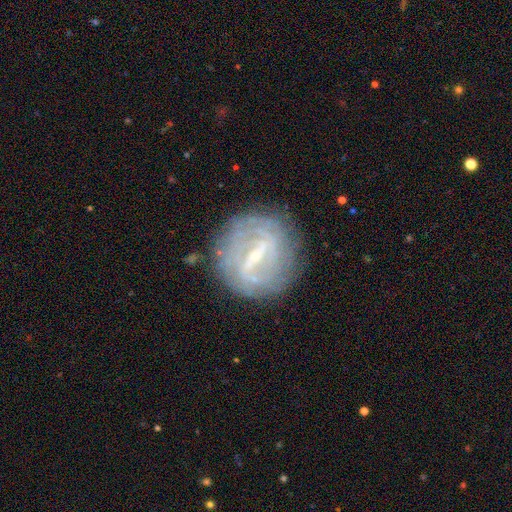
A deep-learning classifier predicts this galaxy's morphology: A featured or disk galaxy (81%) with a strong bar (58%), tight (64%) spiral arms (78%) and a small central bulge (68%).

Vote fractions:
- Smooth or featured? featured or disk: 81% / smooth: 11% / star or artifact: 7%
- Edge-on disk? no: 95% / yes: 5%
- Bar? strong: 58% / weak: 34% / no: 8%
- Spiral arms? yes: 78% / no: 22%
- Spiral winding? tight: 64% / medium: 24% / loose: 12%
- Spiral arm count? can't tell: 48% / 2: 30% / 3: 8% / 4: 6% / 1: 4% / more than 4: 4%
- Bulge size? small: 68% / moderate: 22% / none: 7% / large: 2% / dominant: 1%
- Merging? none: 79% / minor disturbance: 13% / major disturbance: 6% / merger: 2%